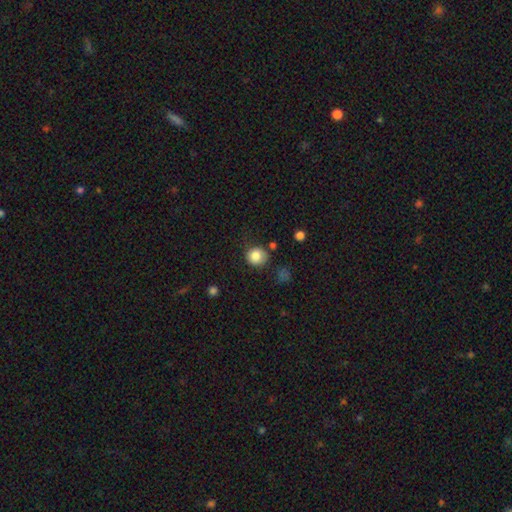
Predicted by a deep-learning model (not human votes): Overall: smooth (85%). How rounded: round (87%). Merging: none (70%).